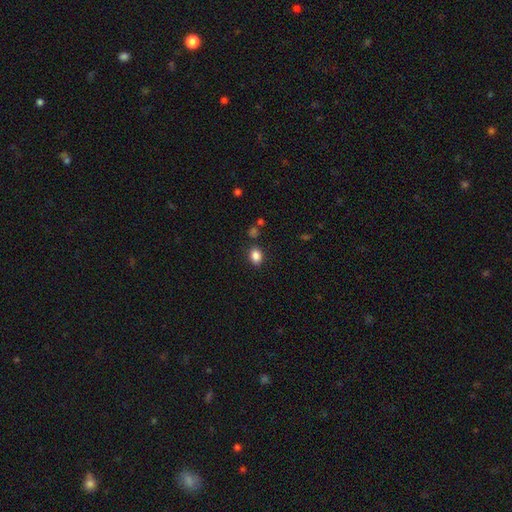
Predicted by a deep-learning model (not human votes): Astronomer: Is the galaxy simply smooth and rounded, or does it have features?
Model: smooth — 86%.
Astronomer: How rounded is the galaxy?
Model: in between — 63%.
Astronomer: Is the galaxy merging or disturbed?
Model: none — 84%.